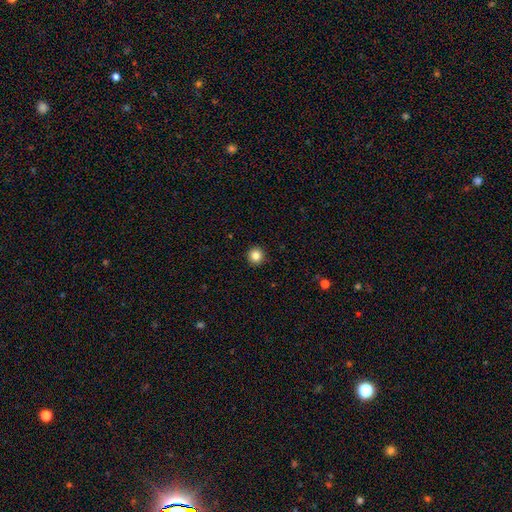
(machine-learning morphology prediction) smooth-or-featured: smooth: 84% | star or artifact: 11% | featured or disk: 5%
  how-rounded: round: 95% | in between: 4% | cigar-shaped: 1%
  merging: none: 93% | minor disturbance: 4% | major disturbance: 1% | merger: 1%